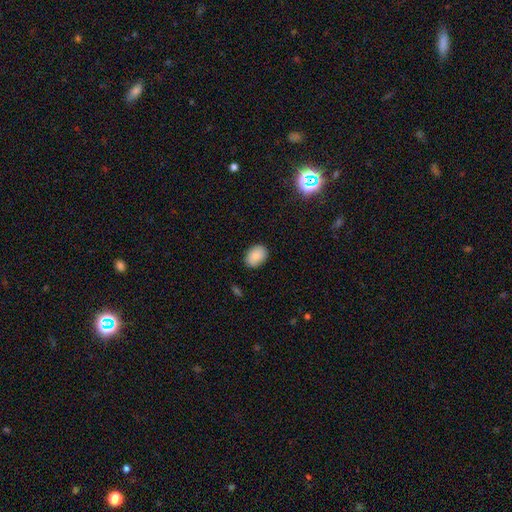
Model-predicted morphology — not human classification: Smooth or featured? Predicted: smooth (p=0.87). How rounded? Predicted: in between (p=0.79). Merging? Predicted: none (p=0.87).